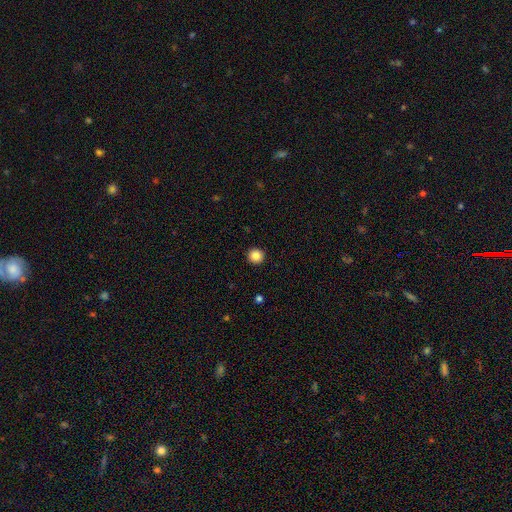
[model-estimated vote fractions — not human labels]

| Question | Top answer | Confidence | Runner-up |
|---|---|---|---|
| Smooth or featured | smooth | 86% | star or artifact (10%) |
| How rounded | round | 95% | in between (4%) |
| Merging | none | 93% | minor disturbance (4%) |